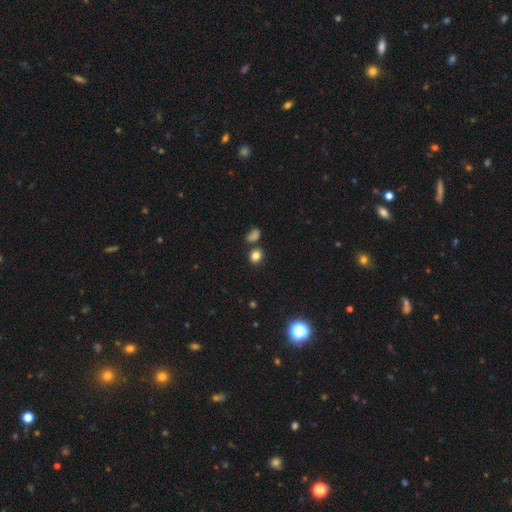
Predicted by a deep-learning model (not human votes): Smooth or featured? smooth (82%)
How rounded? round (70%)
Merging? none (76%)